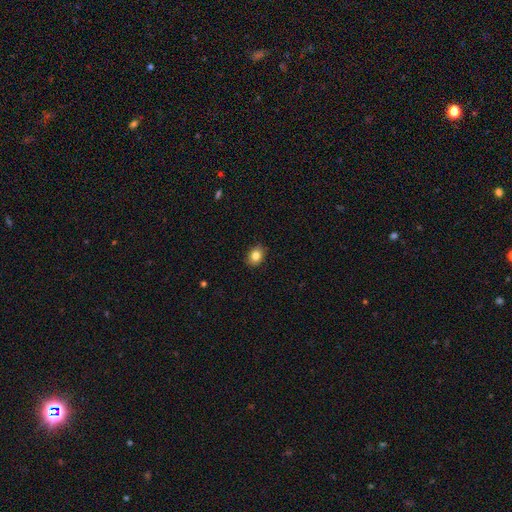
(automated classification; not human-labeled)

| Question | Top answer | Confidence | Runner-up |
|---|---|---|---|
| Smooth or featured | smooth | 83% | star or artifact (10%) |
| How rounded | in between | 55% | round (44%) |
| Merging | none | 89% | minor disturbance (9%) |